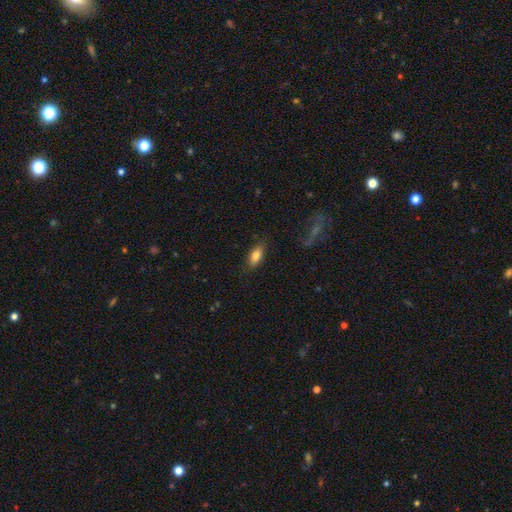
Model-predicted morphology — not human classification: This appears to be a smooth galaxy with no disk features (79%) that is in between round and cigar-shaped (82%). Merging: none (82%).